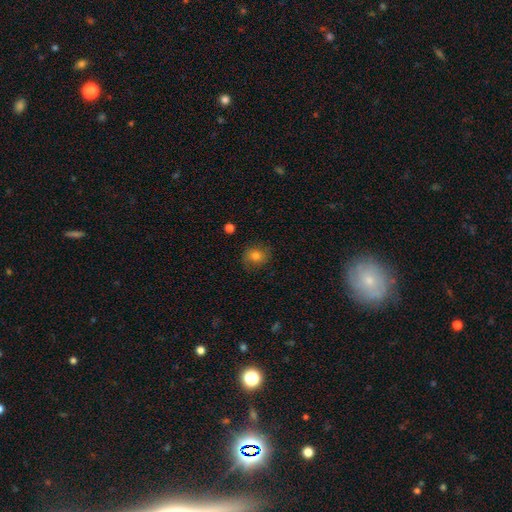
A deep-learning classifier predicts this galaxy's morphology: Smooth or featured?
  - smooth: 75% *
  - featured or disk: 13%
  - star or artifact: 11%
How rounded?
  - round: 72% *
  - in between: 27%
  - cigar-shaped: 1%
Merging?
  - none: 80% *
  - minor disturbance: 15%
  - major disturbance: 4%
  - merger: 1%